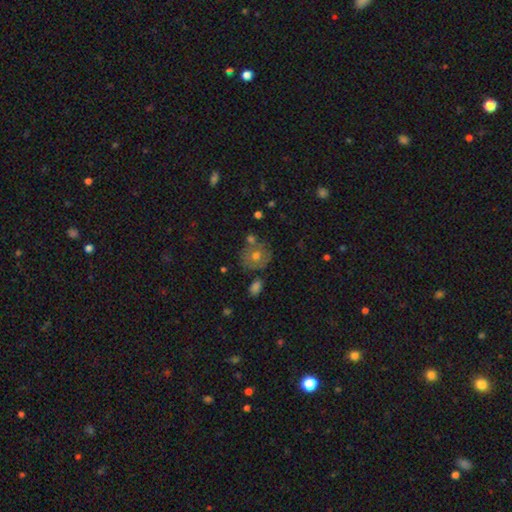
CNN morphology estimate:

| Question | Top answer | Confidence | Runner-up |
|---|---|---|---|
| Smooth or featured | smooth | 58% | featured or disk (32%) |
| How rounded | round | 80% | in between (19%) |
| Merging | none | 59% | minor disturbance (19%) |